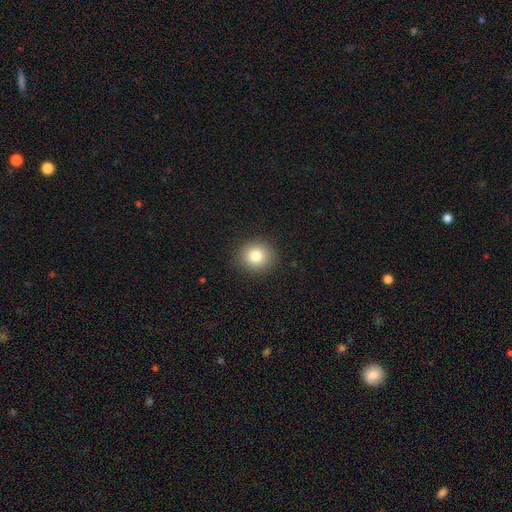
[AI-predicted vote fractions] Smooth or featured? smooth (81%)
How rounded? round (87%)
Merging? none (90%)